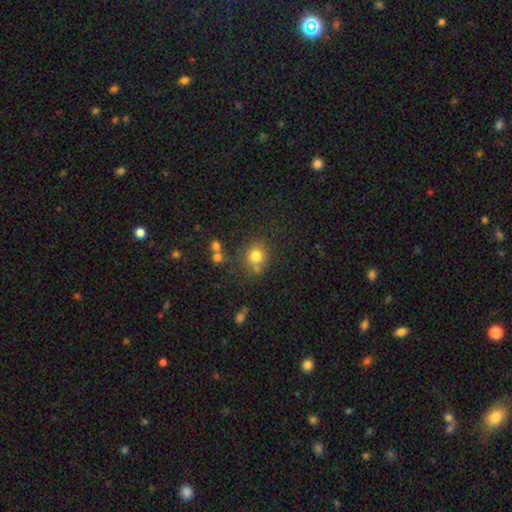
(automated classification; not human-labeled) smooth_or_featured: smooth (p=0.79) [alt: star or artifact p=0.13]
how_rounded: round (p=0.83) [alt: in between p=0.16]
merging: none (p=0.69) [alt: minor disturbance p=0.14]